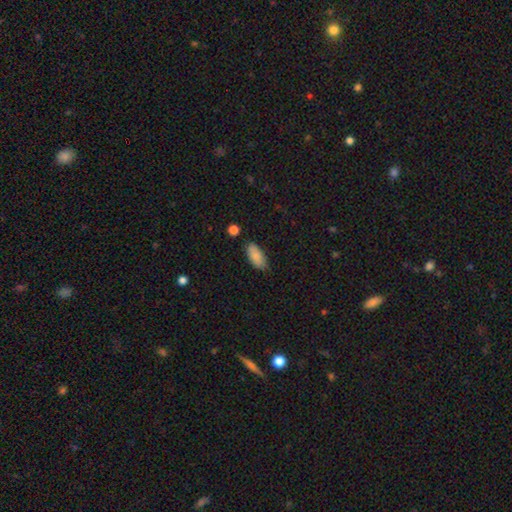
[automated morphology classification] smooth_or_featured: smooth (p=0.85) [alt: featured or disk p=0.09]
how_rounded: in between (p=0.90) [alt: cigar-shaped p=0.08]
merging: none (p=0.76) [alt: minor disturbance p=0.19]